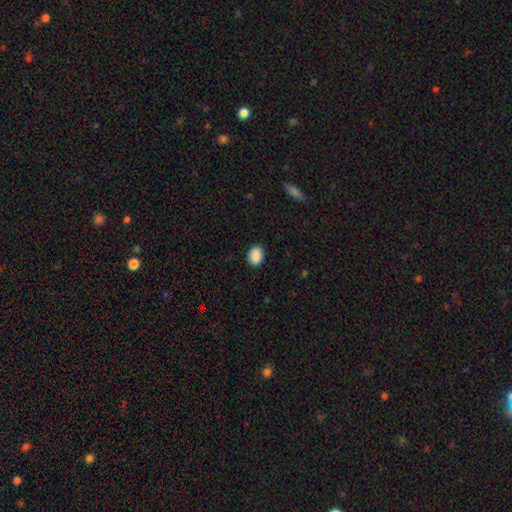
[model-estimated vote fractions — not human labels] This is clearly a smooth galaxy (89%). How rounded: likely in between (62%). Merging: clearly none (88%).